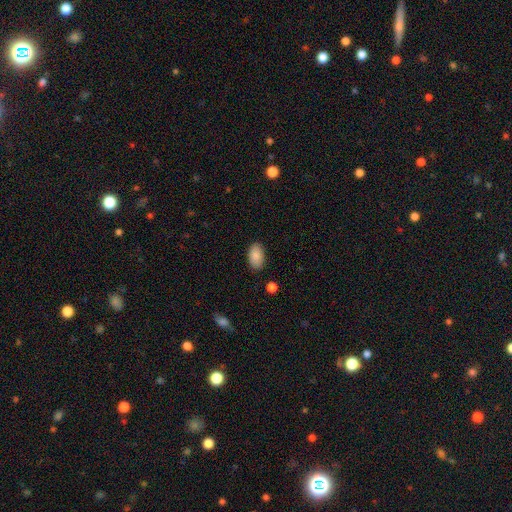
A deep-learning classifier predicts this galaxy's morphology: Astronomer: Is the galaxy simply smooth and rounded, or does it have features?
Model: smooth — 88%.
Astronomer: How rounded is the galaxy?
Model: in between — 94%.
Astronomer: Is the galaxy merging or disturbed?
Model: none — 86%.